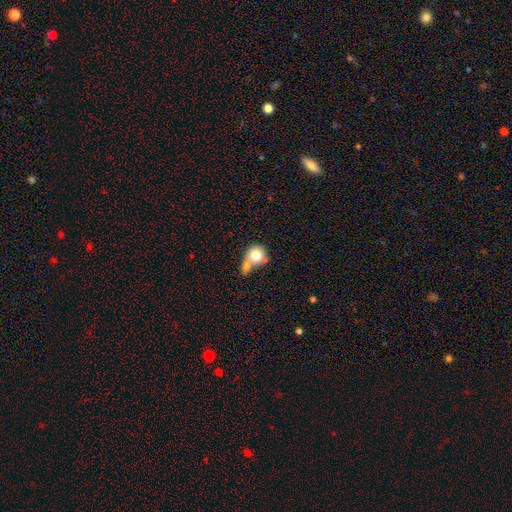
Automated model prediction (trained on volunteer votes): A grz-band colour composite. It shows a smooth galaxy with no disk features (75%) that is round (79%). Merging: merger (52%).